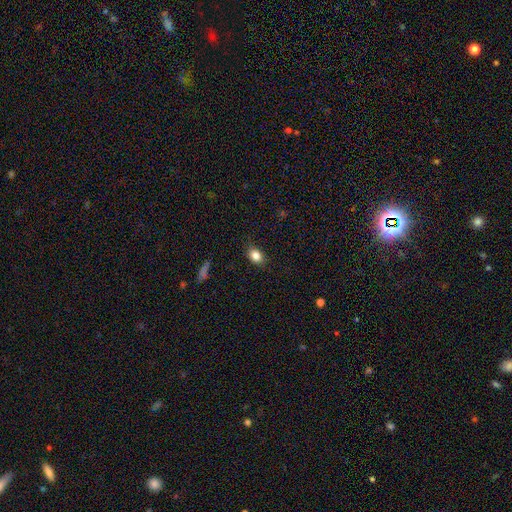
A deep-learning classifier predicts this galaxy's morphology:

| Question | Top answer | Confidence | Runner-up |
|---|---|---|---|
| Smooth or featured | smooth | 84% | star or artifact (10%) |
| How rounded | in between | 70% | round (28%) |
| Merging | none | 82% | minor disturbance (14%) |